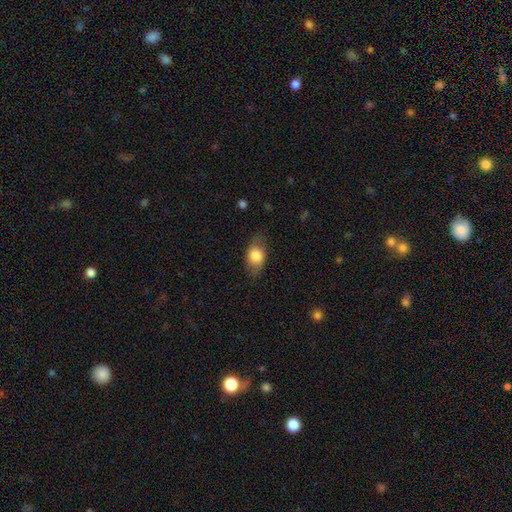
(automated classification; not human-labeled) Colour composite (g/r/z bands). It shows a smooth galaxy with no disk features (78%) that is in between round and cigar-shaped (82%). Merging: none (77%).